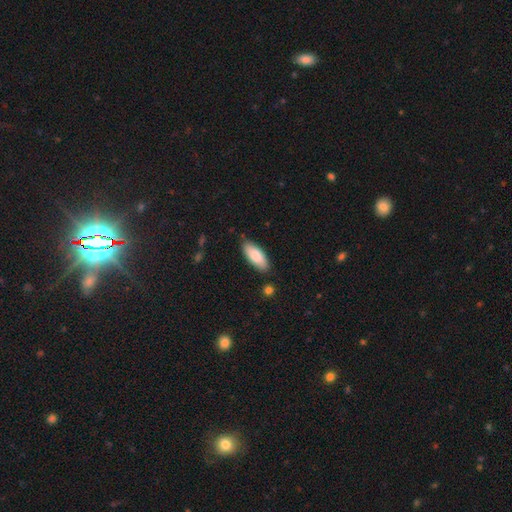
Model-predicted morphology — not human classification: A smooth galaxy with no disk features (85%) that is in between round and cigar-shaped (79%).

Vote fractions:
- Smooth or featured? smooth: 85% / featured or disk: 10% / star or artifact: 5%
- How rounded? in between: 79% / cigar-shaped: 19% / round: 2%
- Merging? none: 84% / minor disturbance: 11% / merger: 2% / major disturbance: 2%